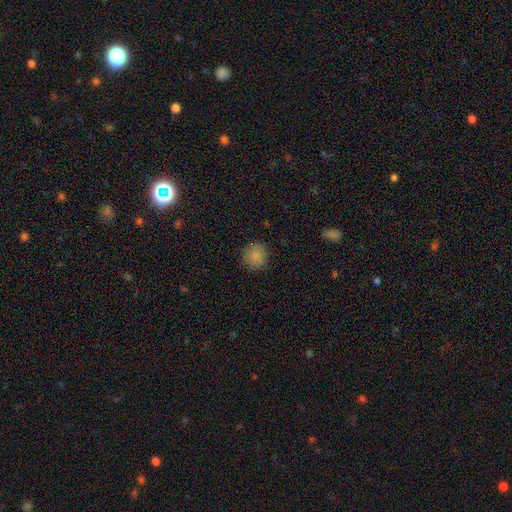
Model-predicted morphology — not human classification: Smooth or featured: smooth — 85% (star or artifact — 11%)
How rounded: round — 91% (in between — 8%)
Merging: none — 88% (minor disturbance — 8%)